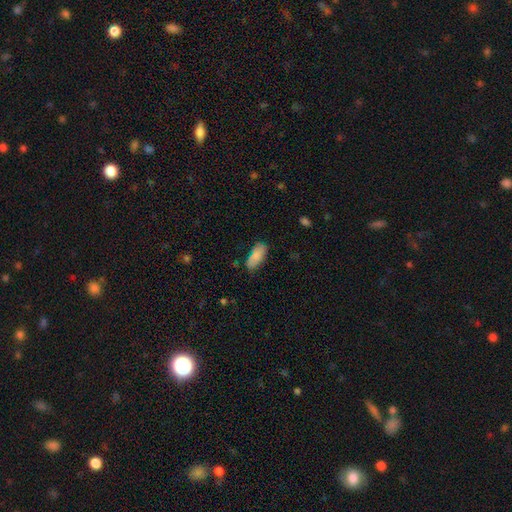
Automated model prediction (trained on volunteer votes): smooth-or-featured: smooth: 84% | featured or disk: 9% | star or artifact: 7%
  how-rounded: in between: 87% | cigar-shaped: 11% | round: 2%
  merging: none: 72% | minor disturbance: 21% | major disturbance: 5% | merger: 3%